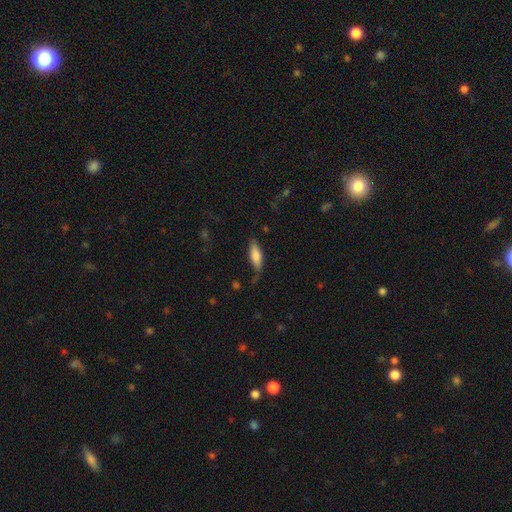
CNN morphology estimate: type=smooth (78%); roundness=in between (69%); merging=none (69%).